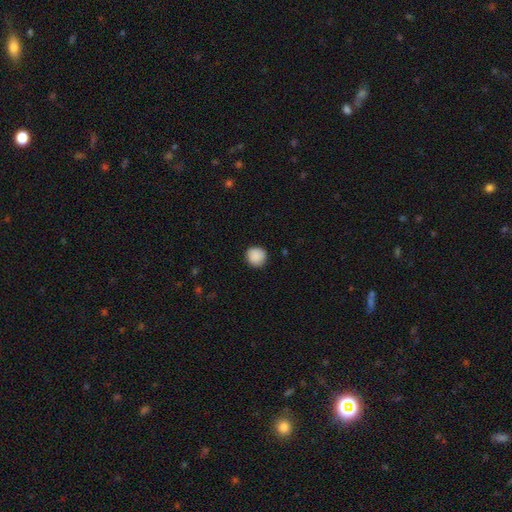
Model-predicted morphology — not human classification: Smooth or featured? smooth (90%)
How rounded? round (94%)
Merging? none (90%)